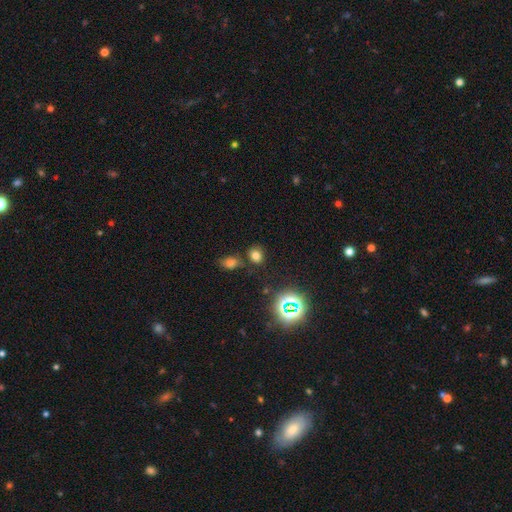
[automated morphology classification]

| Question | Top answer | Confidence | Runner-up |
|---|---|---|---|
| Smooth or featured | smooth | 70% | star or artifact (23%) |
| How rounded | round | 59% | in between (39%) |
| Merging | none | 76% | minor disturbance (11%) |